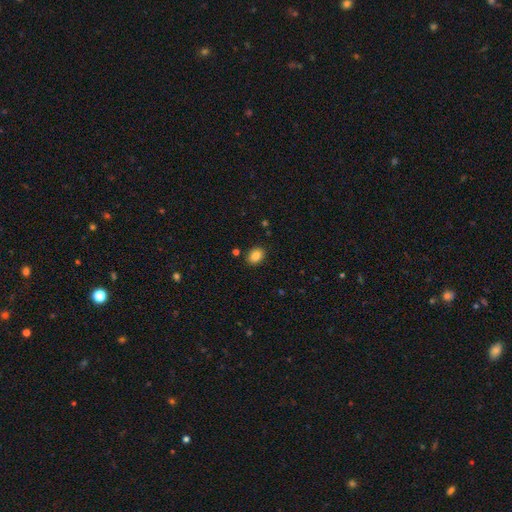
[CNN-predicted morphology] The model was most divided on "how rounded": in between: 62%, round: 37%, cigar-shaped: 1%. More confident: merging — none (88%); smooth or featured — smooth (86%).